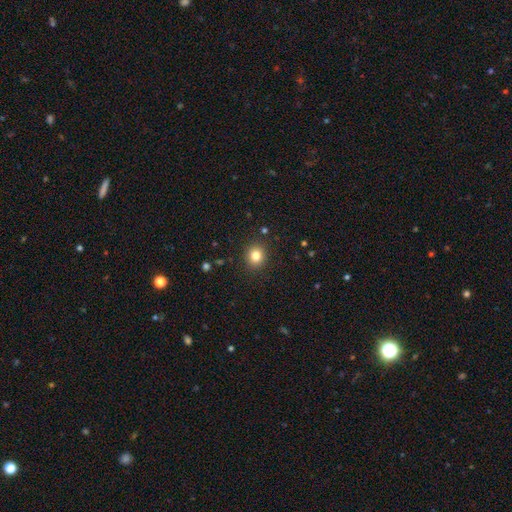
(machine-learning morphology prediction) smooth_or_featured: smooth (p=0.81) [alt: star or artifact p=0.12]
how_rounded: round (p=0.79) [alt: in between p=0.20]
merging: none (p=0.90) [alt: minor disturbance p=0.06]